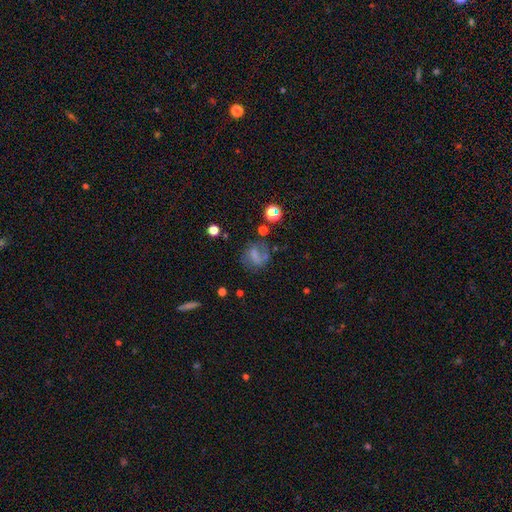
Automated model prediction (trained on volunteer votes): Smooth or featured? Predicted: smooth (p=0.53). How rounded? Predicted: round (p=0.54). Merging? Predicted: none (p=0.47).